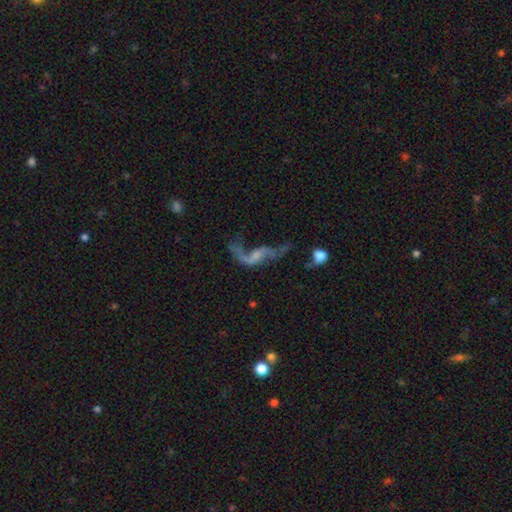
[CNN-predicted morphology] Smooth or featured?
  - featured or disk: 75% *
  - smooth: 14%
  - star or artifact: 11%
Edge-on disk?
  - no: 92% *
  - yes: 8%
Bar?
  - no: 55% *
  - weak: 32%
  - strong: 13%
Spiral arms?
  - yes: 81% *
  - no: 19%
Spiral winding?
  - loose: 90% *
  - medium: 7%
  - tight: 2%
Spiral arm count?
  - 2: 78% *
  - 1: 15%
  - can't tell: 4%
  - 3: 1%
  - 4: 1%
  - more than 4: 1%
Bulge size?
  - small: 49% *
  - none: 28%
  - moderate: 19%
  - large: 3%
  - dominant: 1%
Merging?
  - major disturbance: 36% * (tied)
  - none: 36% * (tied)
  - minor disturbance: 17%
  - merger: 11%